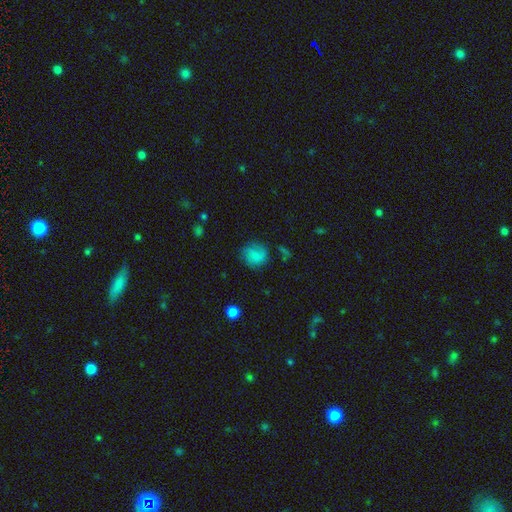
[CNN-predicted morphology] smooth 73%, featured or disk 18%, star or artifact 10%. Down the decision tree: how rounded — round (83%); merging — none (71%).